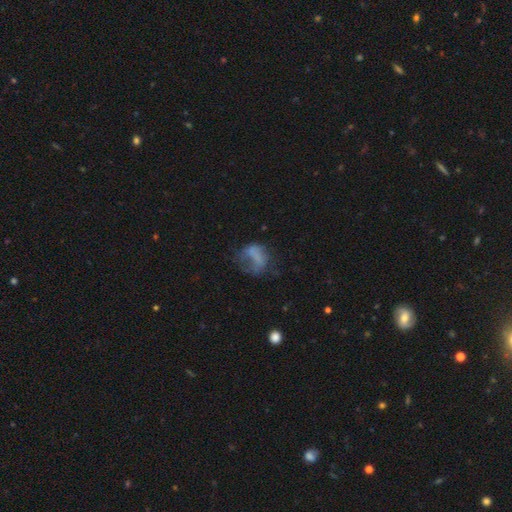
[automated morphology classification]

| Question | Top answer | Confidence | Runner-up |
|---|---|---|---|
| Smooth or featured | smooth | 51% | featured or disk (34%) |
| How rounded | in between | 61% | round (36%) |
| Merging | major disturbance | 46% | none (28%) |